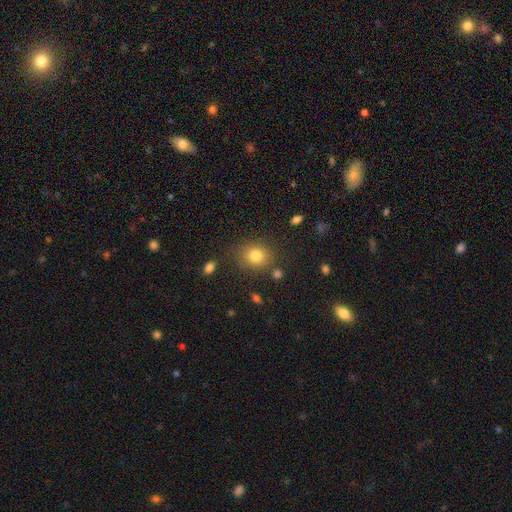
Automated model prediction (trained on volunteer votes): smooth_or_featured: smooth (p=0.80) [alt: star or artifact p=0.12]
how_rounded: round (p=0.67) [alt: in between p=0.32]
merging: none (p=0.80) [alt: minor disturbance p=0.11]